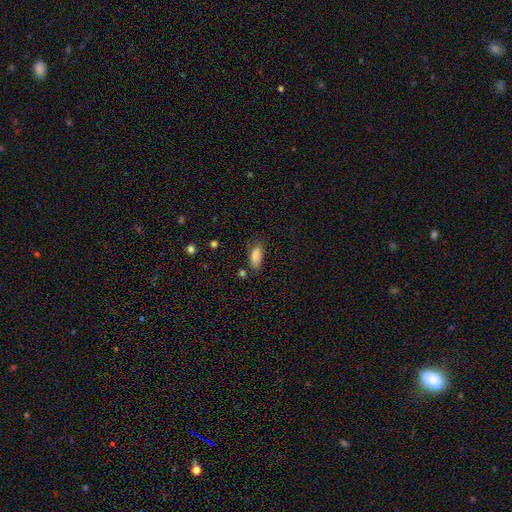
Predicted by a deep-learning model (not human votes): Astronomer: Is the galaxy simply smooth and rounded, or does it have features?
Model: smooth — 86%.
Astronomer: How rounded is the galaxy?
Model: in between — 84%.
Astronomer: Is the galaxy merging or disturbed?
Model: none — 65%.